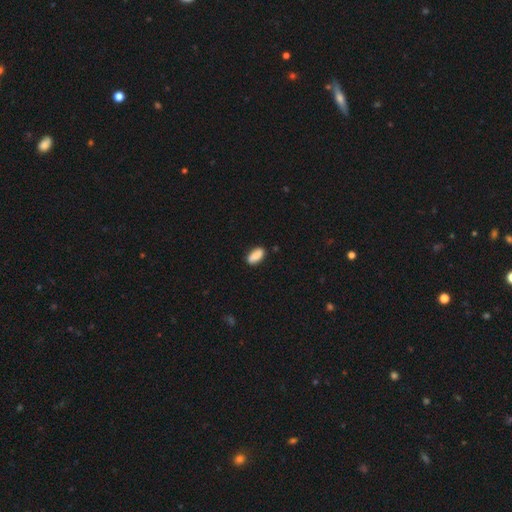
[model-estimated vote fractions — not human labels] smooth_or_featured: smooth (p=0.89) [alt: star or artifact p=0.07]
how_rounded: in between (p=0.90) [alt: cigar-shaped p=0.08]
merging: none (p=0.85) [alt: minor disturbance p=0.11]